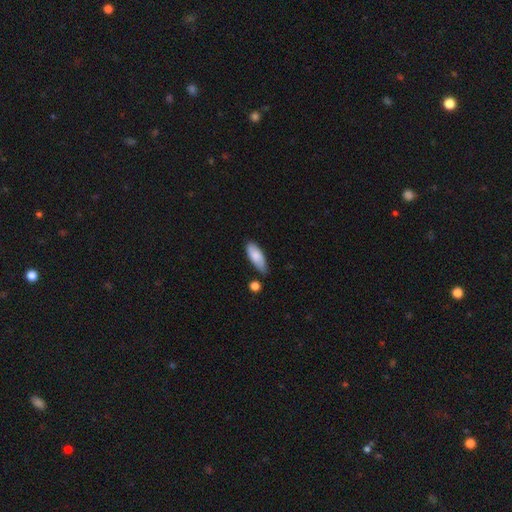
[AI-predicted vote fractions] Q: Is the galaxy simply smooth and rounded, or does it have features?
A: smooth — 82%.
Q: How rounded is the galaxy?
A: in between — 73%.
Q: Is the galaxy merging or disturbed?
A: none — 66%.